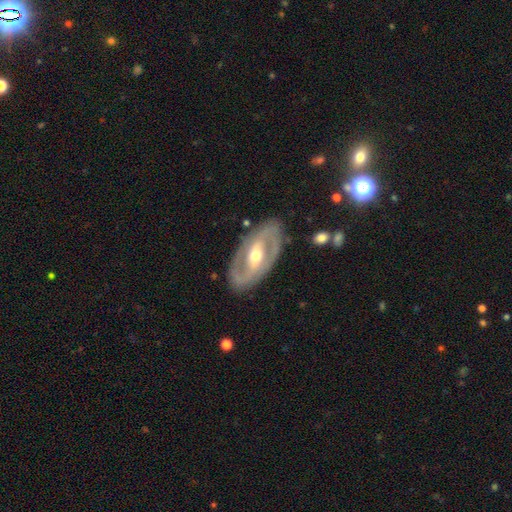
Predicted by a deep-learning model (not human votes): A featured or disk galaxy (82%) with a strong bar (40%), 2 (85%) medium (46%) spiral arms (75%) and a moderate central bulge (67%). Merging: none (83%).